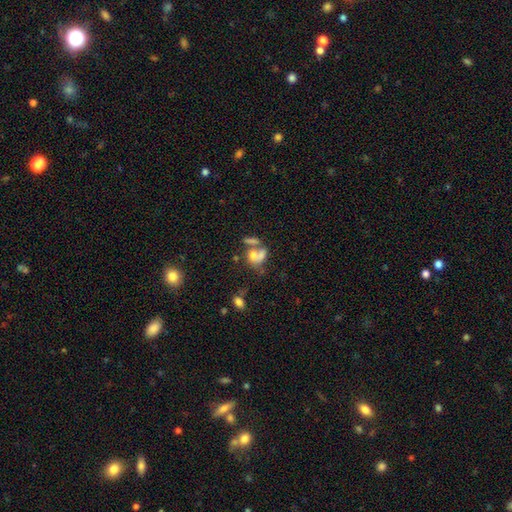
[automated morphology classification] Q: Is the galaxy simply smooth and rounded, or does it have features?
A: smooth — 61%.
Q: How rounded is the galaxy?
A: in between — 57%.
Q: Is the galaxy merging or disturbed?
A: merger — 53%.